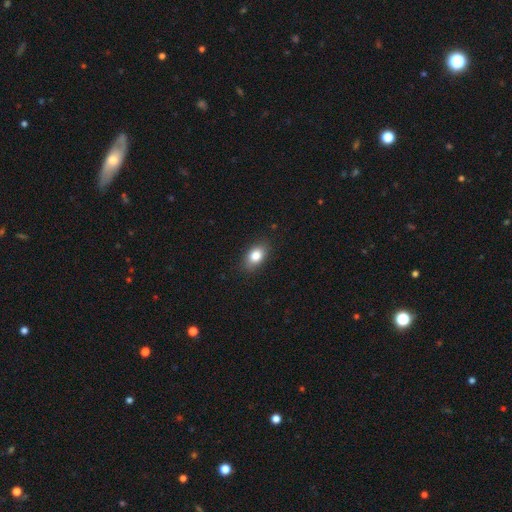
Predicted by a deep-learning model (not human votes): smooth_or_featured: smooth (p=0.84) [alt: star or artifact p=0.08]
how_rounded: in between (p=0.83) [alt: round p=0.15]
merging: none (p=0.84) [alt: minor disturbance p=0.12]